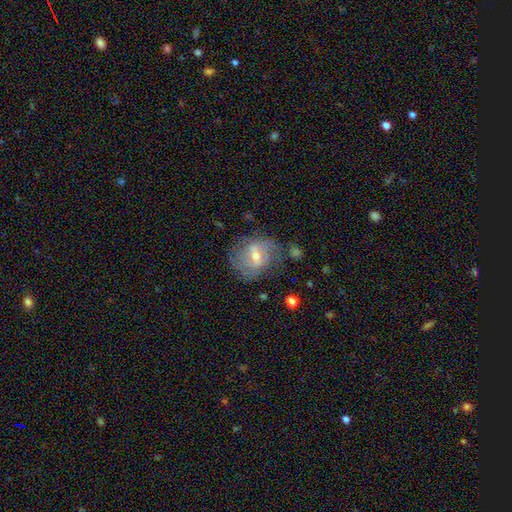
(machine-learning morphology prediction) type=featured or disk (66%); edge-on=no (95%); bar=weak (52%); spiral arms=yes (70%); bulge=moderate (54%); merging=none (62%).